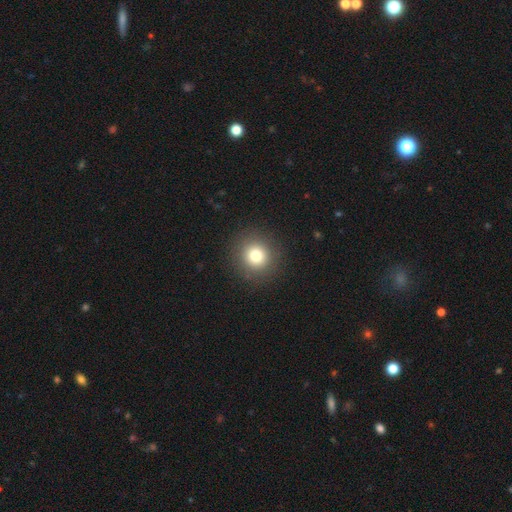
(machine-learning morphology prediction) The model was most divided on "smooth or featured": smooth: 78%, star or artifact: 13%, featured or disk: 10%. More confident: how rounded — round (93%); merging — none (91%).